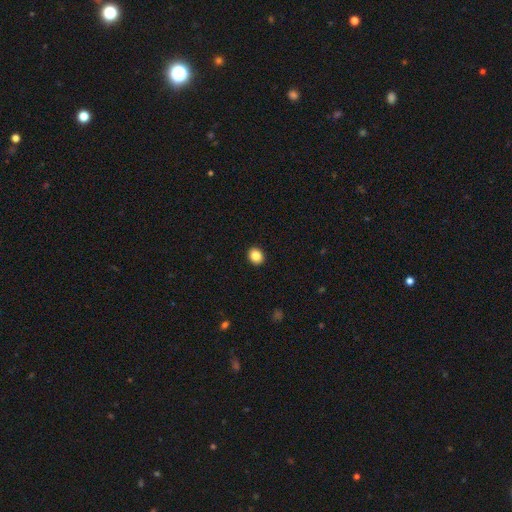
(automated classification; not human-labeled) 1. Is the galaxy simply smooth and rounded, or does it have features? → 86% smooth, 9% star or artifact, 5% featured or disk.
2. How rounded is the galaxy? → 63% round, 36% in between, 1% cigar-shaped.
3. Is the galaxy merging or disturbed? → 92% none, 5% minor disturbance, 2% major disturbance, 1% merger.